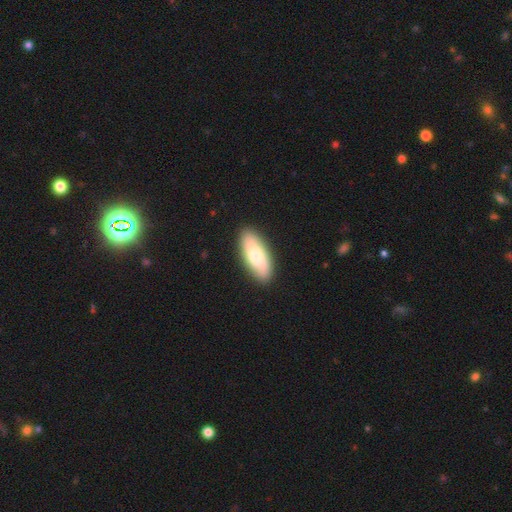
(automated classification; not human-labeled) The model was most divided on "smooth or featured": smooth: 71%, featured or disk: 23%, star or artifact: 5%. More confident: merging — none (89%); how rounded — in between (78%).